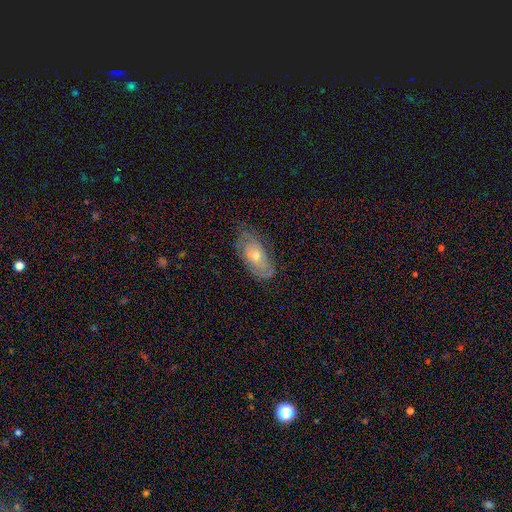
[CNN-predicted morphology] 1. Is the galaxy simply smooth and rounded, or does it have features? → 56% featured or disk, 36% smooth, 8% star or artifact.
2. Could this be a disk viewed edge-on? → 88% no, 12% yes.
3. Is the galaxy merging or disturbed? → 69% none, 23% minor disturbance, 7% major disturbance, 1% merger.